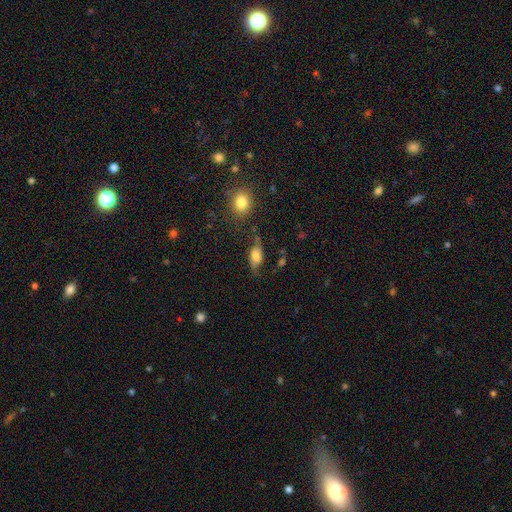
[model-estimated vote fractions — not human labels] Morphology: type=smooth (63%); roundness=in between (85%); merging=none (54%).